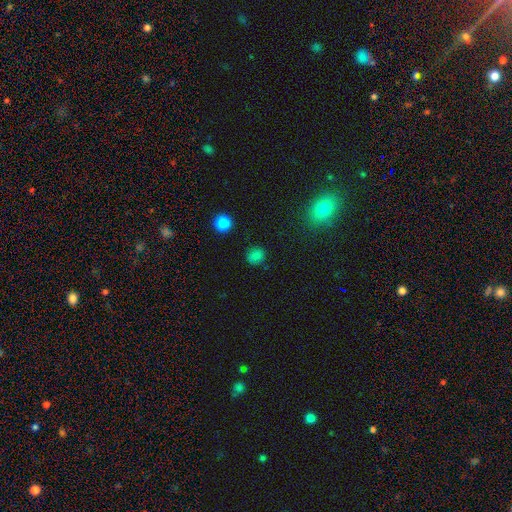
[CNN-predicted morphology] Smooth or featured? smooth (80%)
How rounded? round (78%)
Merging? none (85%)